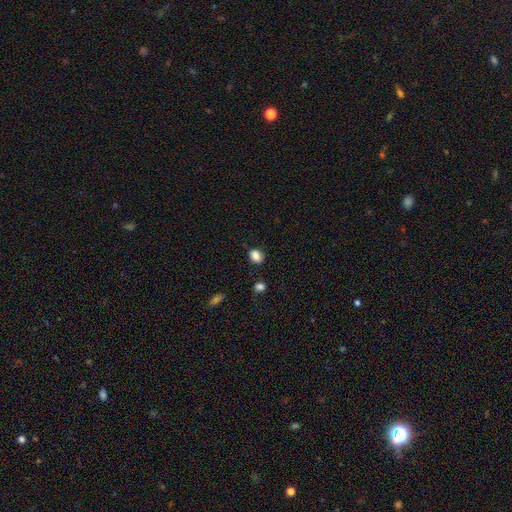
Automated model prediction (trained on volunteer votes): A smooth galaxy with no disk features (85%) that is in between round and cigar-shaped (59%). Merging: none (80%).